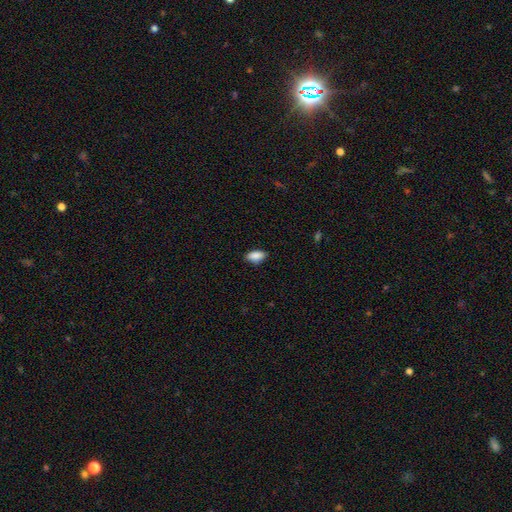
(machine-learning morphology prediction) This is clearly a smooth galaxy (88%). How rounded: clearly in between (91%). Merging: clearly none (84%).